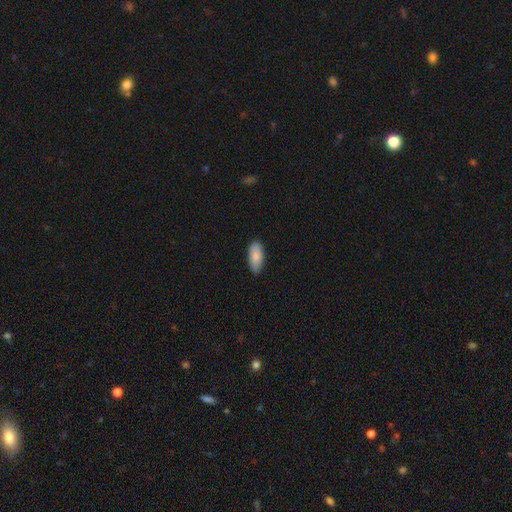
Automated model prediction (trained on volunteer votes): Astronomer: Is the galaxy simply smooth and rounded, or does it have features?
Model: smooth — 86%.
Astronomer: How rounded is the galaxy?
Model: in between — 89%.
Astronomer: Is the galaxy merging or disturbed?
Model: none — 85%.